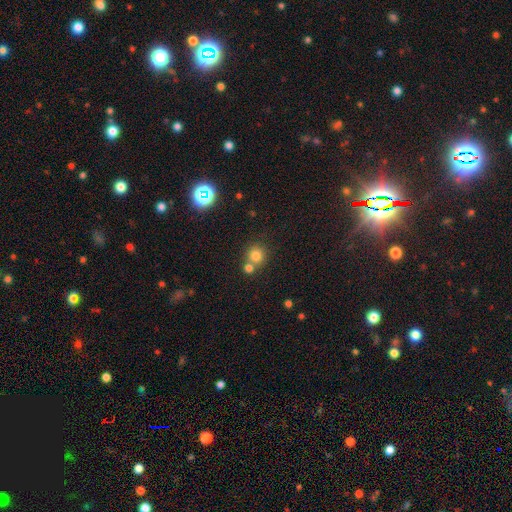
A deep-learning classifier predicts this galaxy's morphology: Smooth or featured? Predicted: smooth (p=0.79). How rounded? Predicted: round (p=0.88). Merging? Predicted: none (p=0.59).